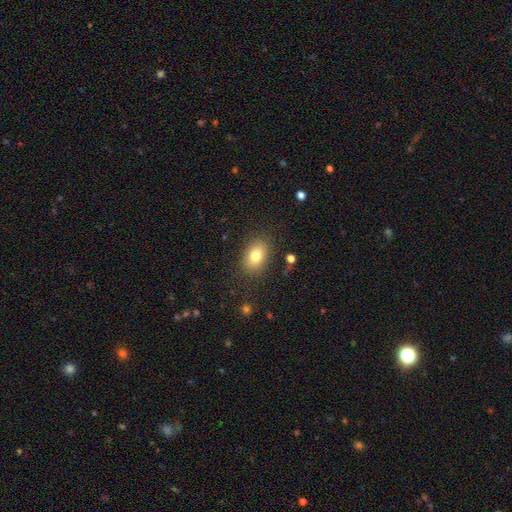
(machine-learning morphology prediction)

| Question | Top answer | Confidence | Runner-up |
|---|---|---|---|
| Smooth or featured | smooth | 79% | featured or disk (11%) |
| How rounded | in between | 80% | round (18%) |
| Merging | none | 84% | minor disturbance (11%) |